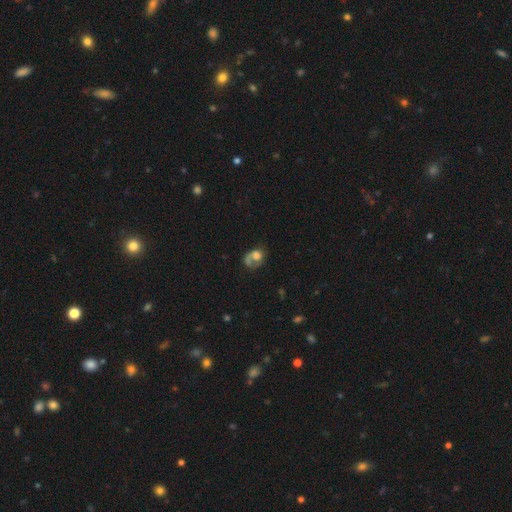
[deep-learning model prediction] Q: Smooth or featured?
A: featured or disk (46%); runner-up: smooth (44%)
Q: Merging?
A: none (38%); runner-up: major disturbance (37%)